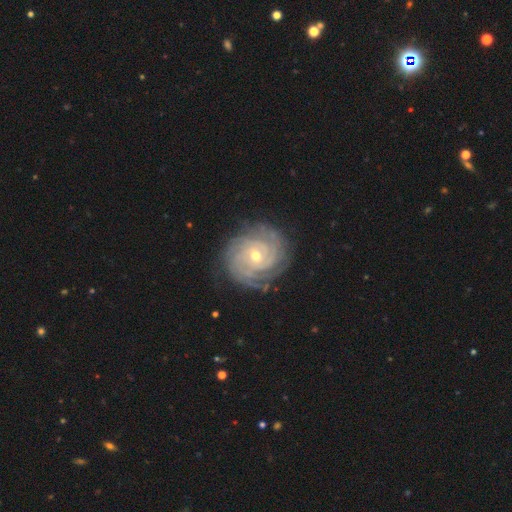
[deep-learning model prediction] The model was most divided on "spiral arm count" (2-way tie): 4: 23%, can't tell: 23%, 3: 20%, more than 4: 15%, 2: 12%, 1: 7%. Remaining: spiral arms — yes (98%); edge-on disk — no (98%); smooth or featured — featured or disk (89%); spiral winding — tight (84%); merging — none (81%); bar — no (66%); bulge size — small (50%).